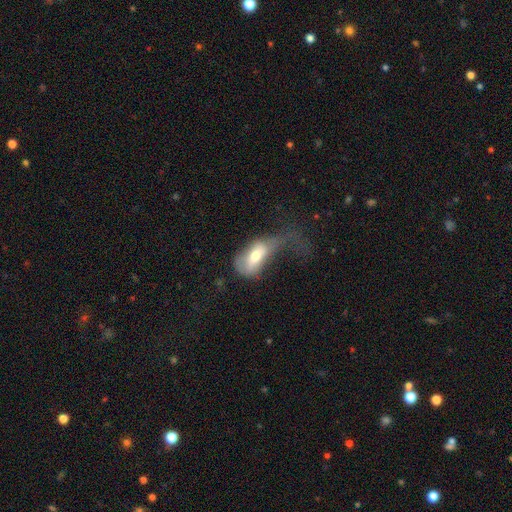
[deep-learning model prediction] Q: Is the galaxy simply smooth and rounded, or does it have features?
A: smooth — 62%.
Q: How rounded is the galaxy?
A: in between — 85%.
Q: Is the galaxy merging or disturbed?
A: major disturbance — 62%.